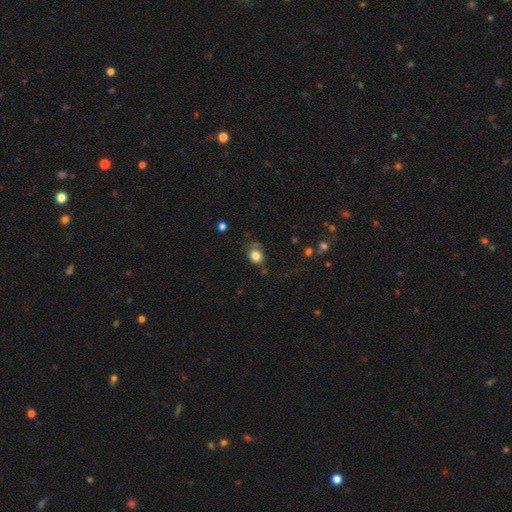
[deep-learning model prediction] This appears to be a smooth galaxy with no disk features (82%) that is round (57%). Merging: none (60%).